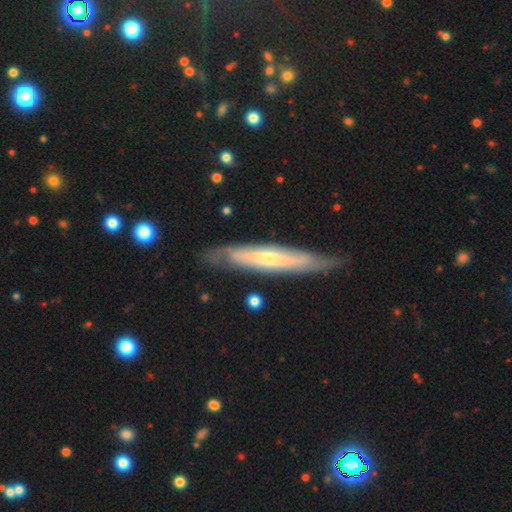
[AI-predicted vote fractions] smooth-or-featured: featured or disk: 65% | smooth: 30% | star or artifact: 5%
  disk-edge-on: yes: 64% | no: 36%
  merging: none: 77% | minor disturbance: 17% | major disturbance: 5% | merger: 2%